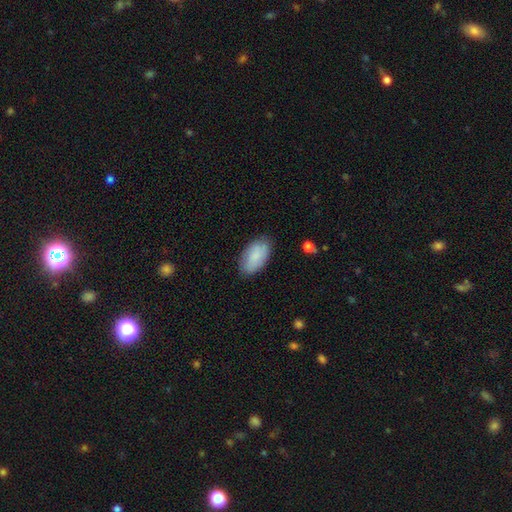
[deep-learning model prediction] Smooth or featured: smooth — 83% (featured or disk — 11%)
How rounded: in between — 95% (round — 3%)
Merging: none — 80% (minor disturbance — 16%)